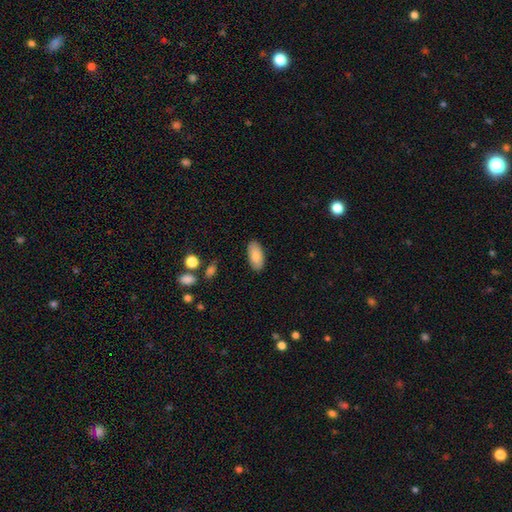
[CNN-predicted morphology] smooth-or-featured: smooth: 85% | featured or disk: 9% | star or artifact: 6%
  how-rounded: in between: 92% | cigar-shaped: 5% | round: 2%
  merging: none: 87% | minor disturbance: 9% | major disturbance: 2% | merger: 1%